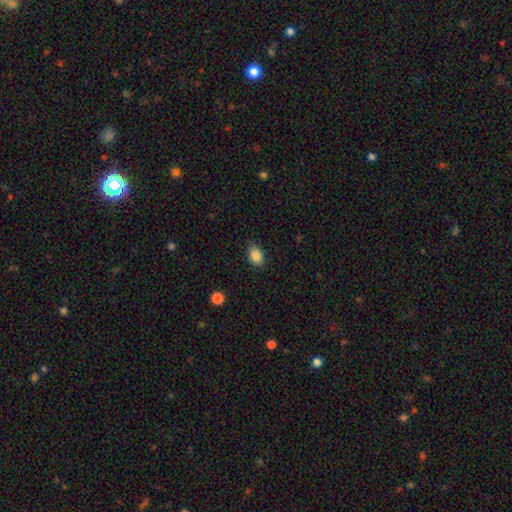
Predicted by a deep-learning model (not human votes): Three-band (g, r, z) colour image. It shows a smooth galaxy with no disk features (85%) that is in between round and cigar-shaped (81%). Merging: none (79%).